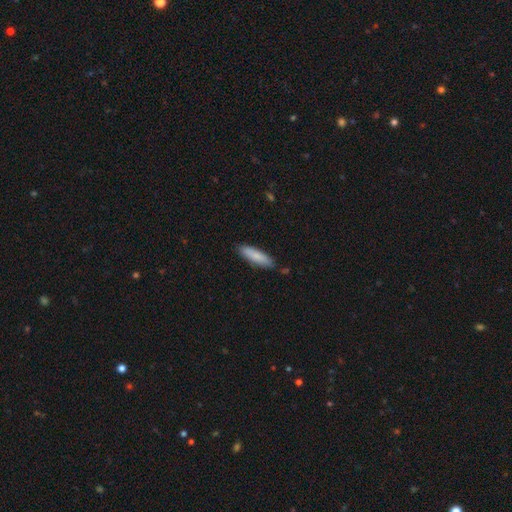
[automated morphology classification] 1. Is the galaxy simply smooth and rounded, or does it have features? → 82% smooth, 12% featured or disk, 6% star or artifact.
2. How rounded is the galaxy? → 63% cigar-shaped, 36% in between, 1% round.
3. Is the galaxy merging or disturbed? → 84% none, 12% minor disturbance, 2% merger, 2% major disturbance.